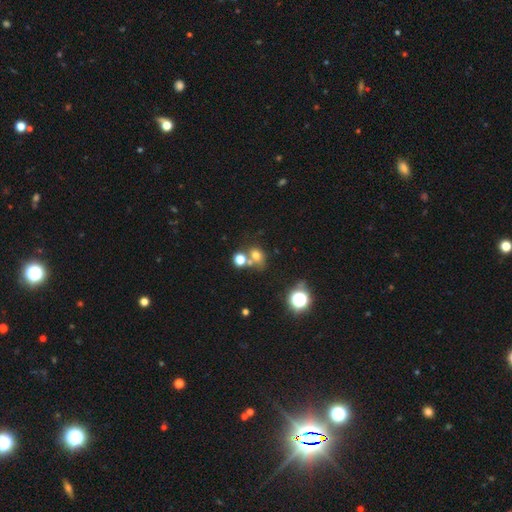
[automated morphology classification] This appears to be a smooth galaxy with no disk features (66%) that is round (60%). Merging: none (45%).